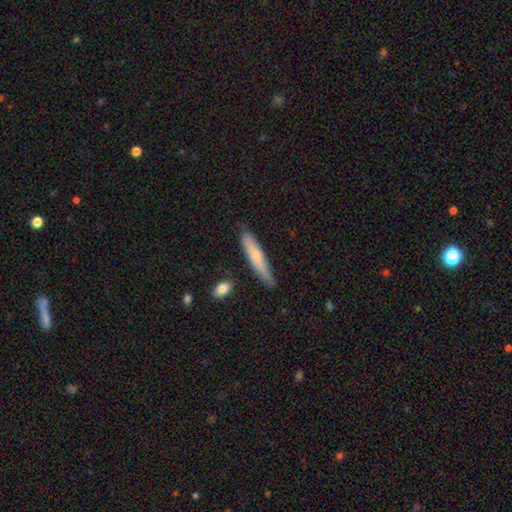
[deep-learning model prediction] Overall: smooth (67%). How rounded: cigar-shaped (89%). Merging: none (79%).